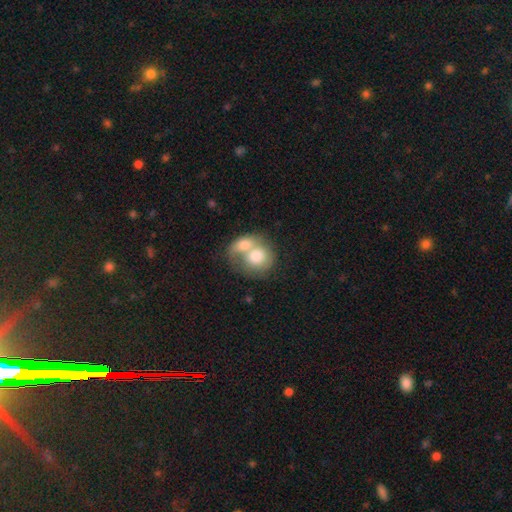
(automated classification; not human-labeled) smooth 68%, featured or disk 26%, star or artifact 6%. Down the decision tree: how rounded — round (70%); merging — merger (70%).